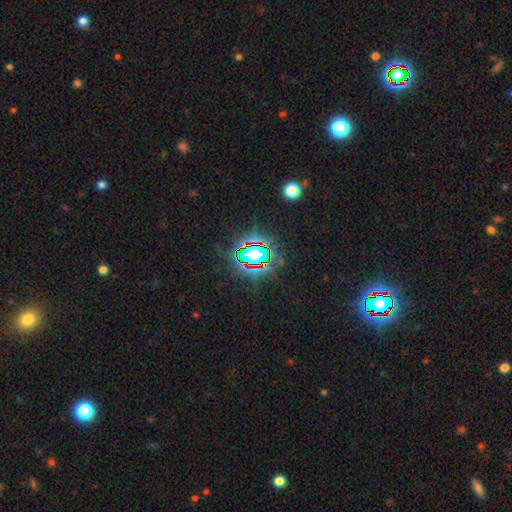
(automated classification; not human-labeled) Smooth or featured? star or artifact (79%)